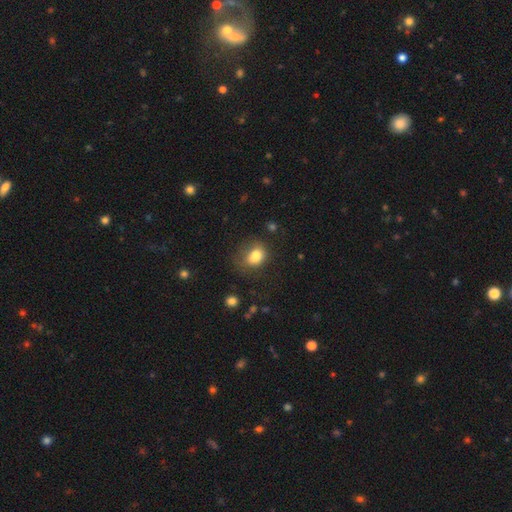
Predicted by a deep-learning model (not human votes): smooth 80%, star or artifact 11%, featured or disk 9%. Down the decision tree: how rounded — round (53%); merging — none (52%).